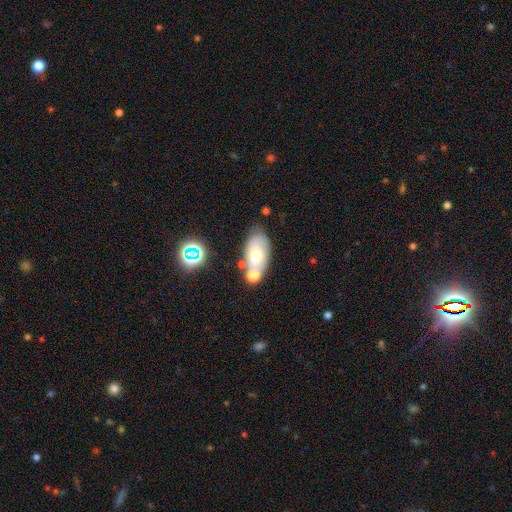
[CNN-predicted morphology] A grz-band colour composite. It shows a smooth galaxy with no disk features (58%) that is in between round and cigar-shaped (89%). Merging: none (54%).